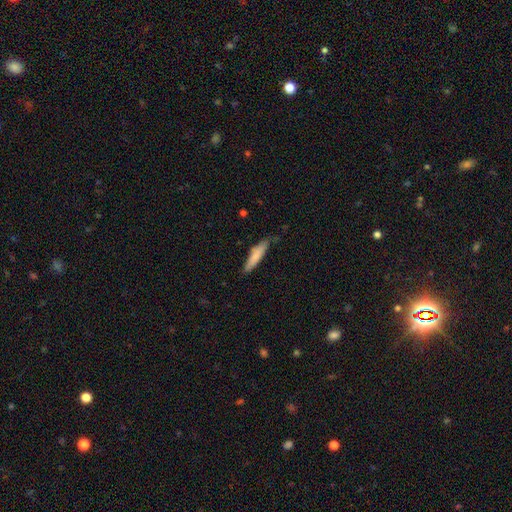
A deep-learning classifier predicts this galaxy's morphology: smooth_or_featured: smooth (p=0.77) [alt: featured or disk p=0.17]
how_rounded: cigar-shaped (p=0.81) [alt: in between p=0.18]
merging: none (p=0.75) [alt: minor disturbance p=0.21]